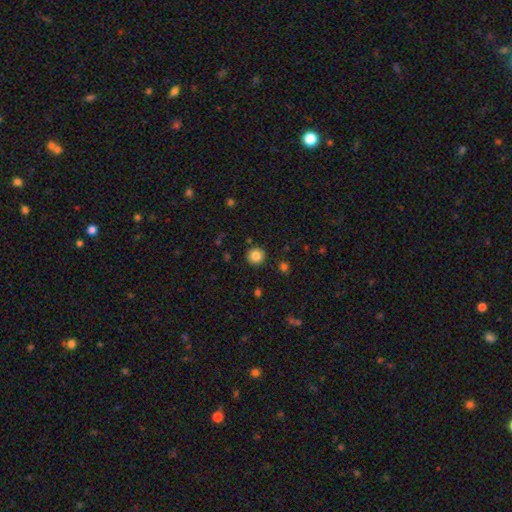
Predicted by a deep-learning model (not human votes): The model was most divided on "smooth or featured": smooth: 85%, star or artifact: 11%, featured or disk: 4%. More confident: how rounded — round (94%); merging — none (90%).